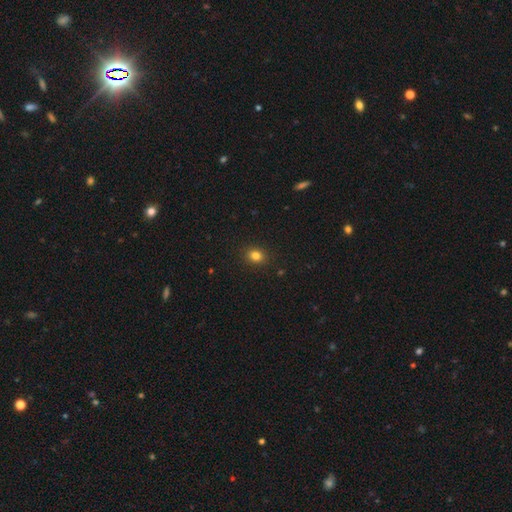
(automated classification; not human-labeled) Smooth or featured?
  - smooth: 82% *
  - star or artifact: 13%
  - featured or disk: 5%
How rounded?
  - round: 59% *
  - in between: 40%
  - cigar-shaped: 1%
Merging?
  - none: 90% *
  - minor disturbance: 7%
  - major disturbance: 2%
  - merger: 1%